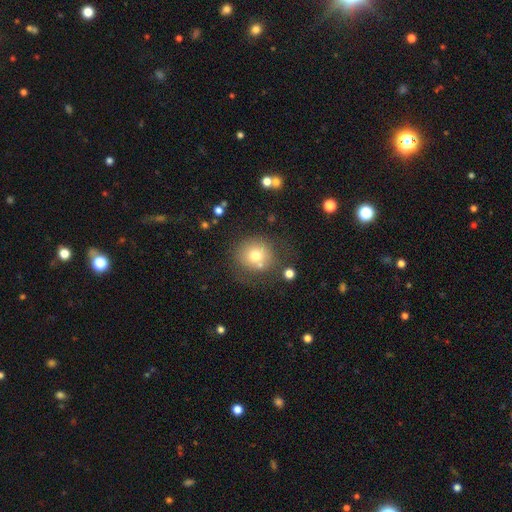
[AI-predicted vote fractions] smooth-or-featured: smooth: 72% | featured or disk: 15% | star or artifact: 13%
  how-rounded: round: 89% | in between: 10% | cigar-shaped: 1%
  merging: none: 65% | minor disturbance: 15% | merger: 12% | major disturbance: 8%